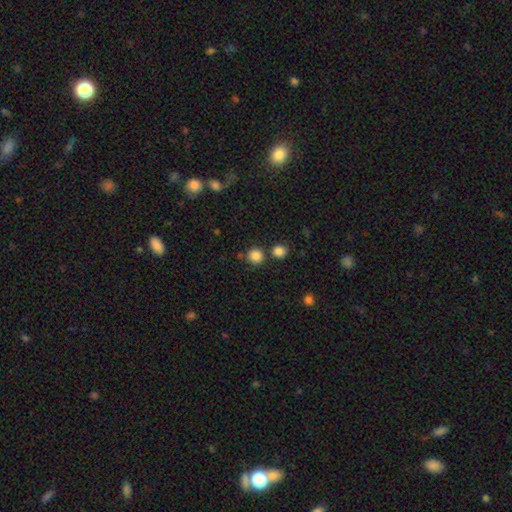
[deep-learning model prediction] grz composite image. It shows a smooth galaxy with no disk features (85%) that is round (91%). Merging: none (77%).